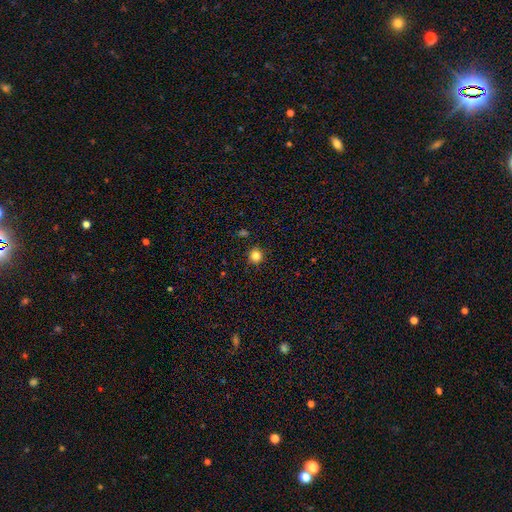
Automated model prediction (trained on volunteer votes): Smooth or featured: smooth — 83% (star or artifact — 12%)
How rounded: round — 91% (in between — 8%)
Merging: none — 89% (minor disturbance — 8%)